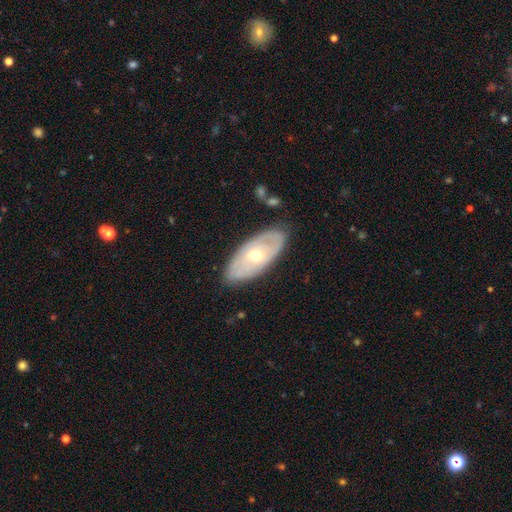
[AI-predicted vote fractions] smooth-or-featured: featured or disk: 61% | smooth: 33% | star or artifact: 5%
  disk-edge-on: no: 85% | yes: 15%
    bar: no: 75% | weak: 20% | strong: 5%
    has-spiral-arms: no: 56% | yes: 44%
    bulge-size: moderate: 69% | small: 25% | large: 4% | dominant: 1% | none: 1%
  merging: none: 80% | minor disturbance: 15% | major disturbance: 4% | merger: 2%